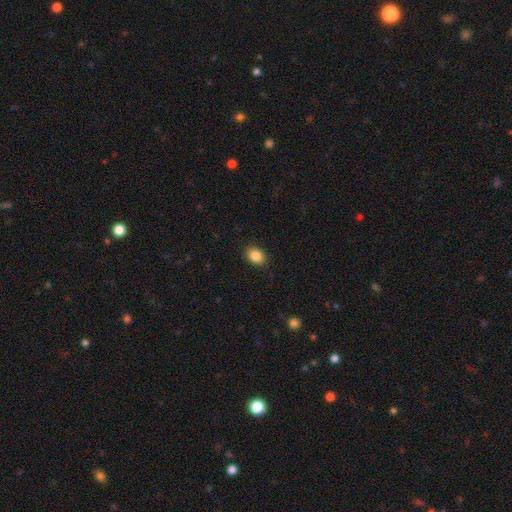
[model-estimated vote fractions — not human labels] Smooth or featured?
  - smooth: 87% *
  - star or artifact: 9%
  - featured or disk: 4%
How rounded?
  - in between: 60% *
  - round: 39%
  - cigar-shaped: 1%
Merging?
  - none: 90% *
  - minor disturbance: 7%
  - major disturbance: 2%
  - merger: 1%